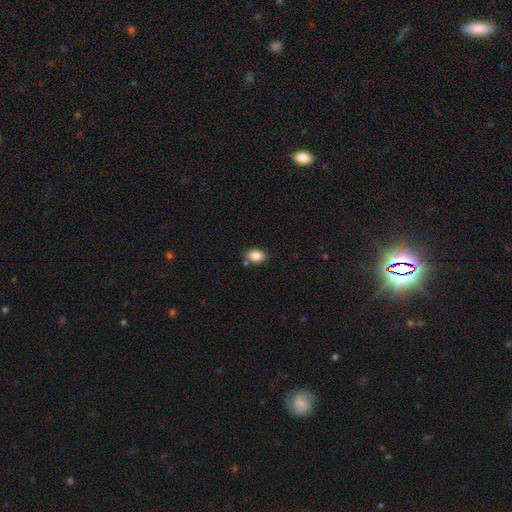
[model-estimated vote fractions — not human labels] Smooth or featured: smooth — 85% (star or artifact — 9%)
How rounded: in between — 78% (round — 21%)
Merging: none — 76% (minor disturbance — 14%)